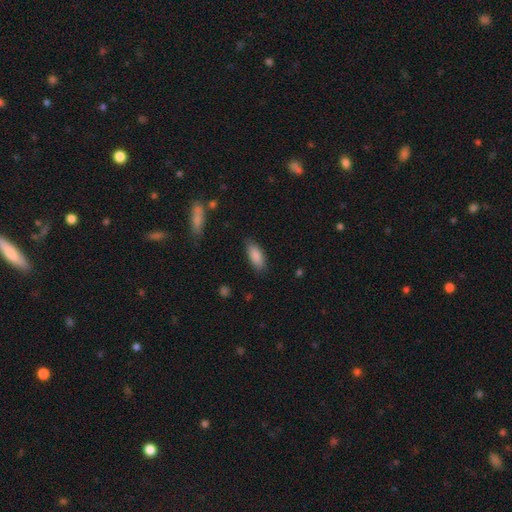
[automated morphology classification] Smooth or featured?
  - smooth: 88% *
  - star or artifact: 7%
  - featured or disk: 6%
How rounded?
  - in between: 79% *
  - cigar-shaped: 19%
  - round: 2%
Merging?
  - none: 82% *
  - minor disturbance: 14%
  - major disturbance: 3%
  - merger: 1%